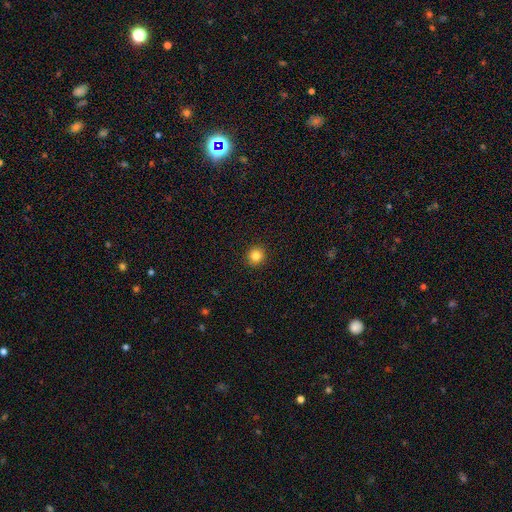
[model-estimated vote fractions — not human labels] smooth-or-featured: smooth: 84% | star or artifact: 11% | featured or disk: 5%
  how-rounded: round: 93% | in between: 6% | cigar-shaped: 1%
  merging: none: 92% | minor disturbance: 5% | major disturbance: 2% | merger: 1%